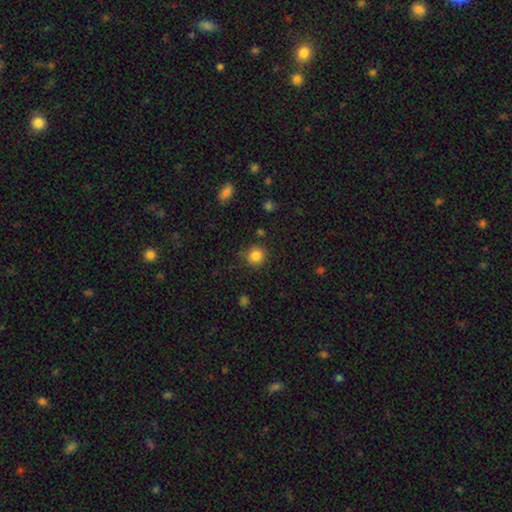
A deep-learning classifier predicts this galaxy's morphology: smooth-or-featured: smooth: 84% | star or artifact: 11% | featured or disk: 5%
  how-rounded: round: 92% | in between: 7% | cigar-shaped: 1%
  merging: none: 85% | minor disturbance: 10% | major disturbance: 3% | merger: 2%